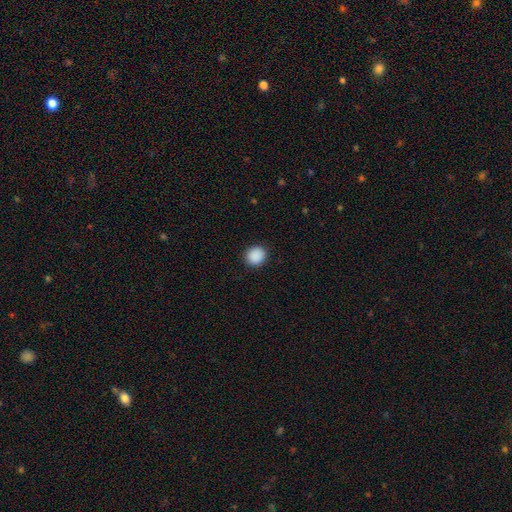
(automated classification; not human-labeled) Smooth or featured: smooth — 90% (star or artifact — 8%)
How rounded: round — 84% (in between — 15%)
Merging: none — 91% (minor disturbance — 6%)